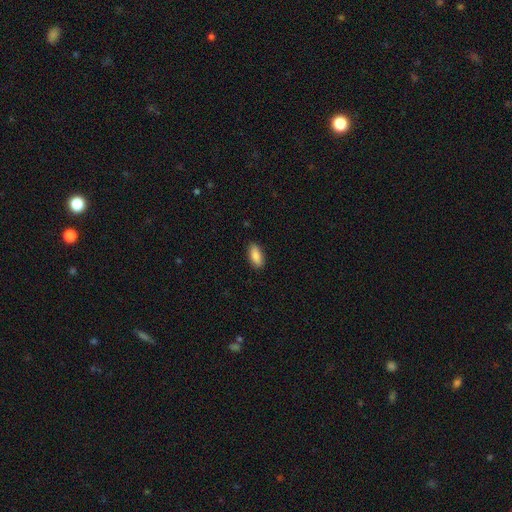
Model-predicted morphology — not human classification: Smooth or featured: smooth — 86% (featured or disk — 8%)
How rounded: in between — 85% (cigar-shaped — 13%)
Merging: none — 88% (minor disturbance — 9%)